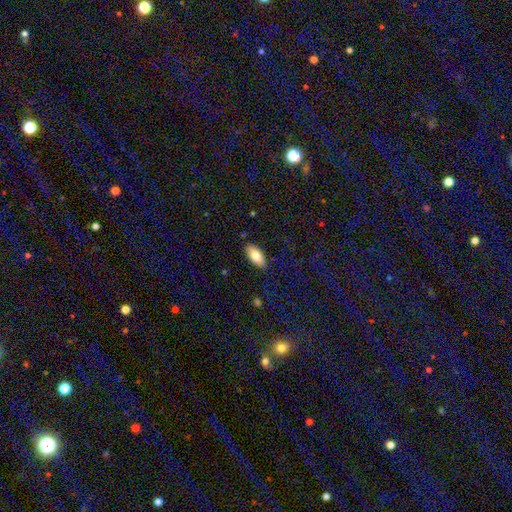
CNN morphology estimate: Smooth or featured? smooth (80%)
How rounded? in between (89%)
Merging? none (87%)